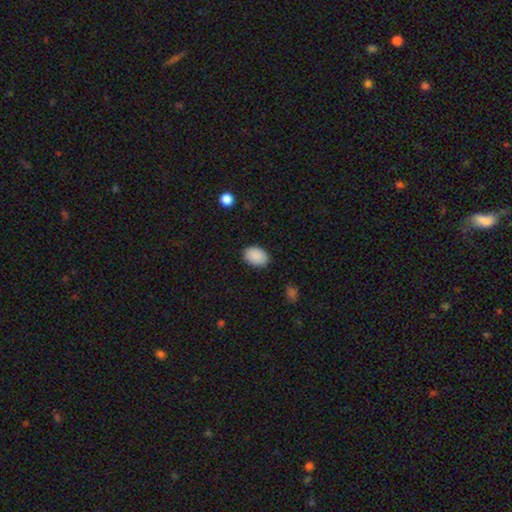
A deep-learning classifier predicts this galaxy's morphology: Overall: smooth (90%). How rounded: in between (83%). Merging: none (88%).